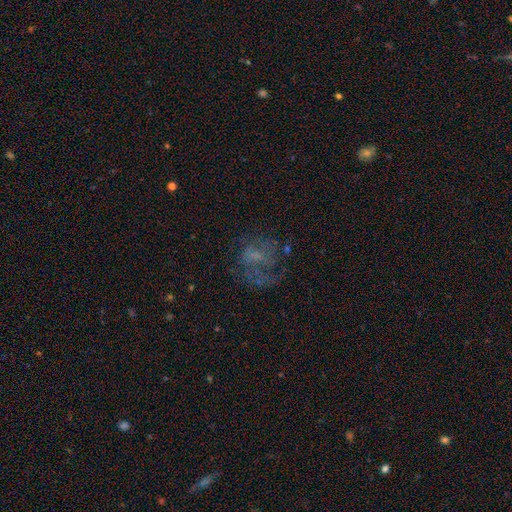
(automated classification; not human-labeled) A featured or disk galaxy (54%) with no bar (65%), spiral arms (52%) and no central bulge (41%). Merging: none (44%).